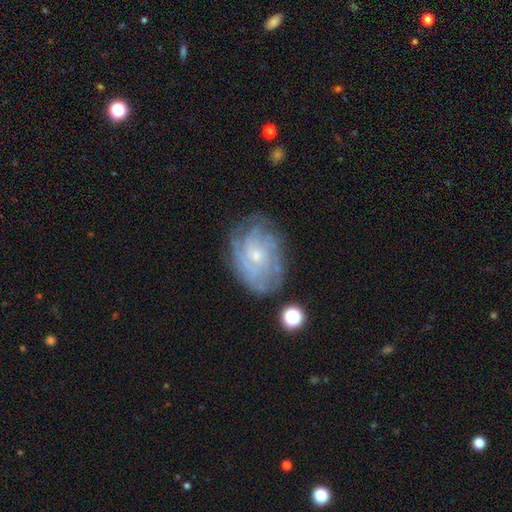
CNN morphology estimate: smooth-or-featured: featured or disk: 77% | smooth: 15% | star or artifact: 8%
  disk-edge-on: no: 96% | yes: 4%
    bar: no: 78% | weak: 19% | strong: 3%
    has-spiral-arms: yes: 91% | no: 9%
      spiral-winding: tight: 66% | medium: 26% | loose: 9%
      spiral-arm-count: can't tell: 47% | 4: 17% | 3: 13% | 2: 9% | more than 4: 8% | 1: 5%
    bulge-size: small: 72% | moderate: 23% | none: 3% | large: 1% | dominant: 1%
  merging: none: 71% | minor disturbance: 19% | major disturbance: 8% | merger: 2%